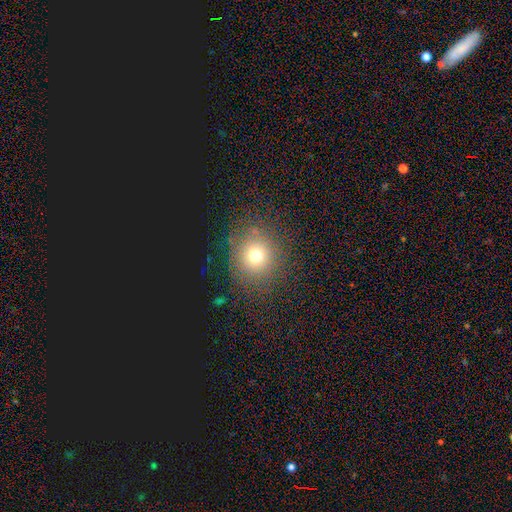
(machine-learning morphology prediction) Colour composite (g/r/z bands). It shows a smooth galaxy with no disk features (70%) that is round (91%). Merging: none (84%).